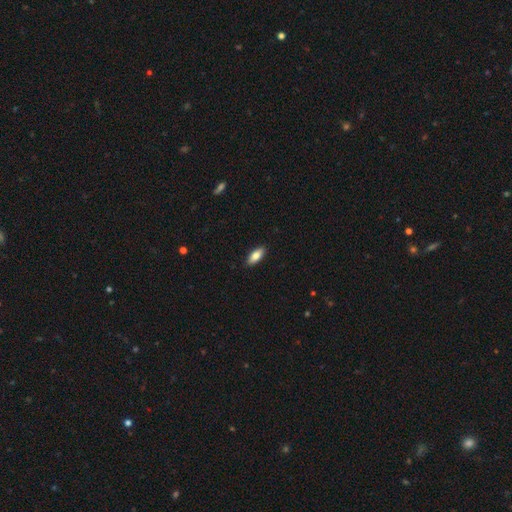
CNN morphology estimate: A smooth galaxy with no disk features (79%) that is in between round and cigar-shaped (79%).

Vote fractions:
- Smooth or featured? smooth: 79% / featured or disk: 15% / star or artifact: 6%
- How rounded? in between: 79% / cigar-shaped: 19% / round: 2%
- Merging? none: 90% / minor disturbance: 8% / major disturbance: 2% / merger: 1%